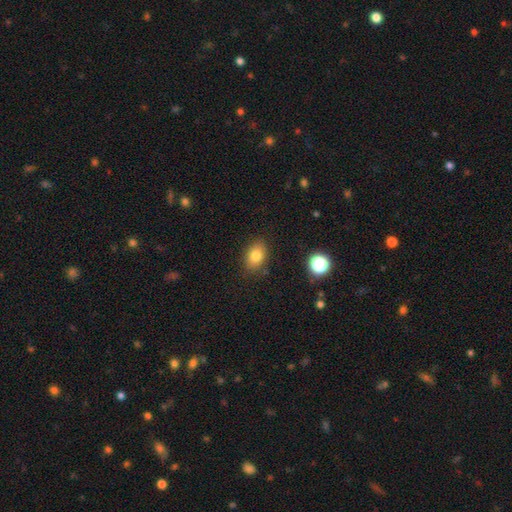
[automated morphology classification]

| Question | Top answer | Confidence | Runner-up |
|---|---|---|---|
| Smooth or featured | smooth | 80% | star or artifact (10%) |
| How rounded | in between | 77% | round (22%) |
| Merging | none | 83% | minor disturbance (12%) |